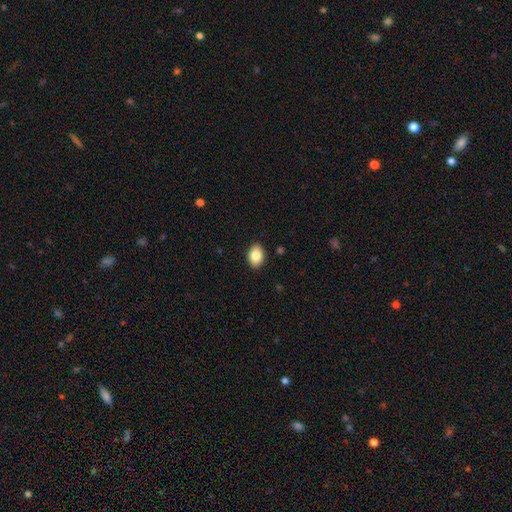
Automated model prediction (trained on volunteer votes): The model was most divided on "how rounded": in between: 84%, round: 15%, cigar-shaped: 1%. More confident: merging — none (89%); smooth or featured — smooth (85%).